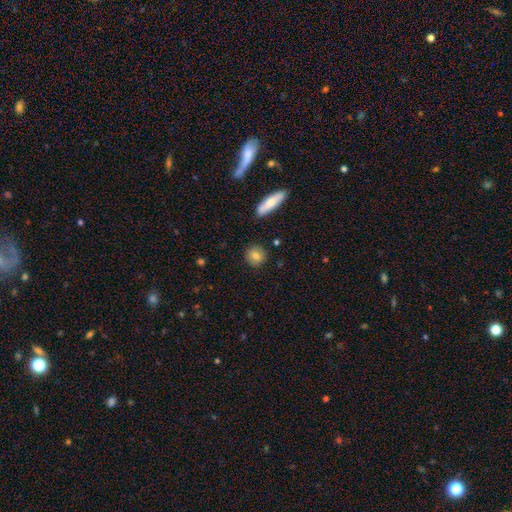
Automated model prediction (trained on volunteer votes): Q: Smooth or featured?
A: smooth (79%); runner-up: featured or disk (13%)
Q: How rounded?
A: round (85%); runner-up: in between (13%)
Q: Merging?
A: none (87%); runner-up: minor disturbance (8%)